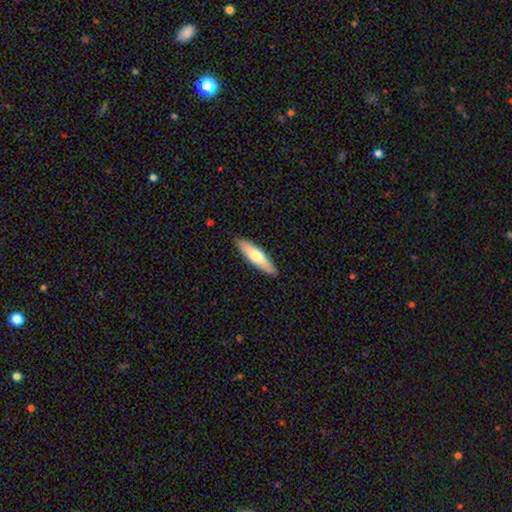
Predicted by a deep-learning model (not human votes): smooth-or-featured: smooth: 65% | featured or disk: 30% | star or artifact: 5%
  how-rounded: cigar-shaped: 70% | in between: 29% | round: 2%
  merging: none: 89% | minor disturbance: 8% | major disturbance: 2% | merger: 1%